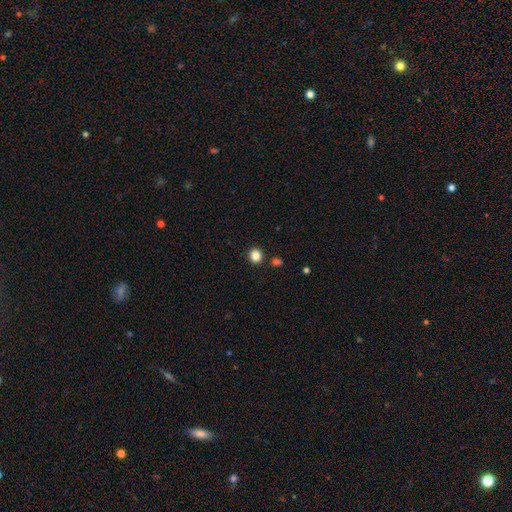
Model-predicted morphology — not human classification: Smooth or featured? Predicted: smooth (p=0.84). How rounded? Predicted: round (p=0.85). Merging? Predicted: none (p=0.89).